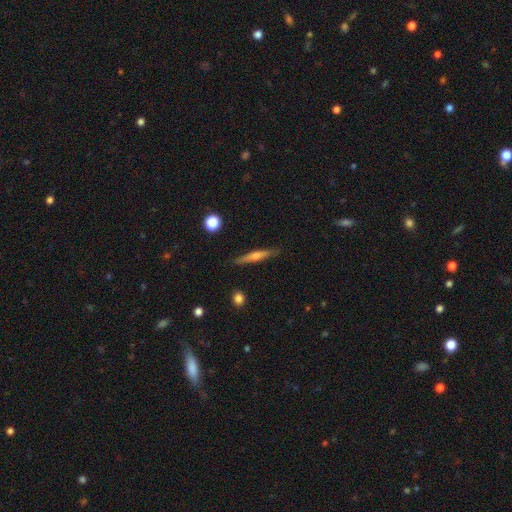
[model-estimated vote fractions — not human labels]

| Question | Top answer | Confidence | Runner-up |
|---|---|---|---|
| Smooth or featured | featured or disk | 60% | smooth (33%) |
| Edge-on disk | yes | 96% | no (4%) |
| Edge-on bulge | rounded | 82% | none (13%) |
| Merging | none | 88% | minor disturbance (9%) |